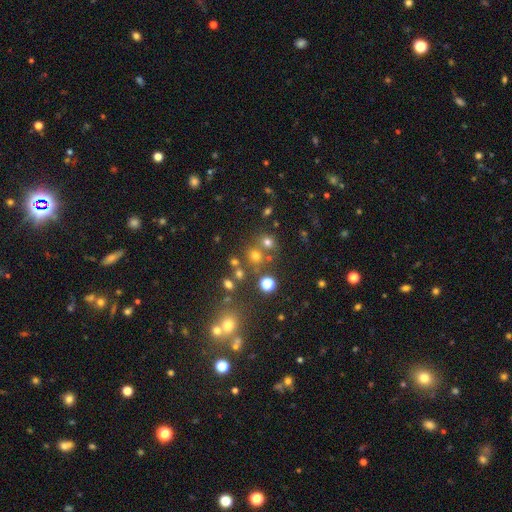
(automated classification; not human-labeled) Smooth or featured? smooth (56%)
How rounded? round (86%)
Merging? none (68%)